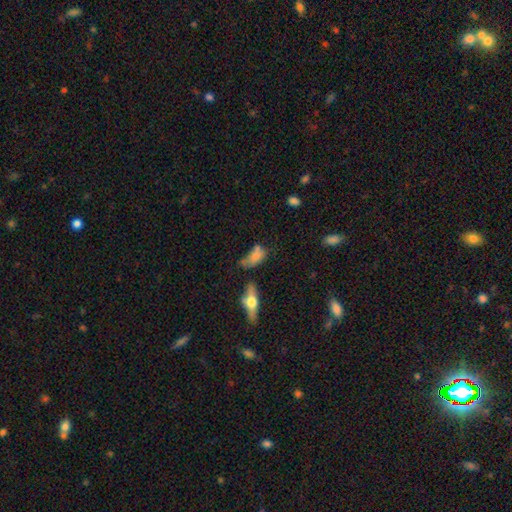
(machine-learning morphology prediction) smooth_or_featured: smooth (p=0.68) [alt: featured or disk p=0.21]
how_rounded: in between (p=0.84) [alt: cigar-shaped p=0.08]
merging: none (p=0.35) [alt: minor disturbance p=0.26]